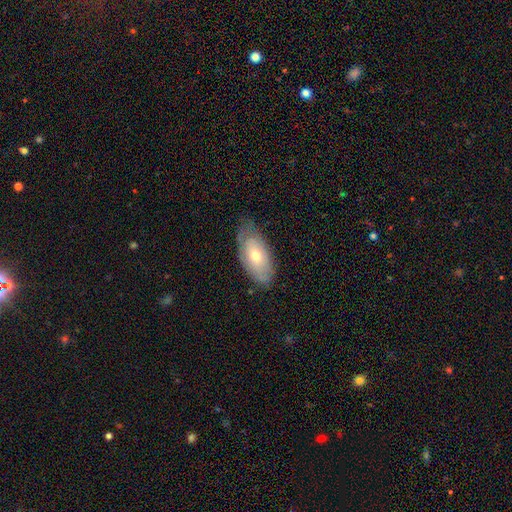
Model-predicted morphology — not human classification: This is possibly a smooth galaxy (55%). How rounded: clearly in between (91%). Merging: likely none (63%).